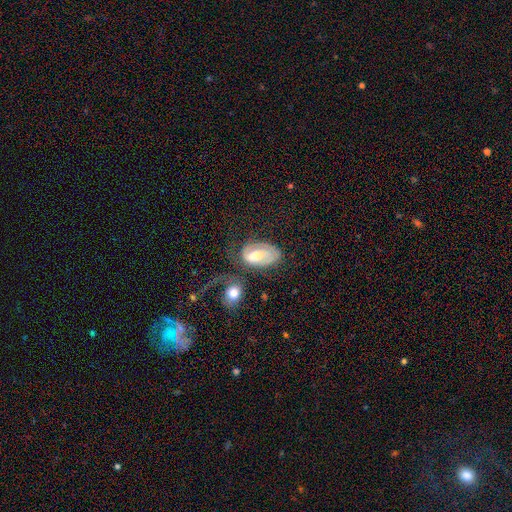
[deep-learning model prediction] A featured or disk galaxy (60%) with no bar (45%), spiral arms (78%) and a moderate central bulge (59%). Merging: none (35%).